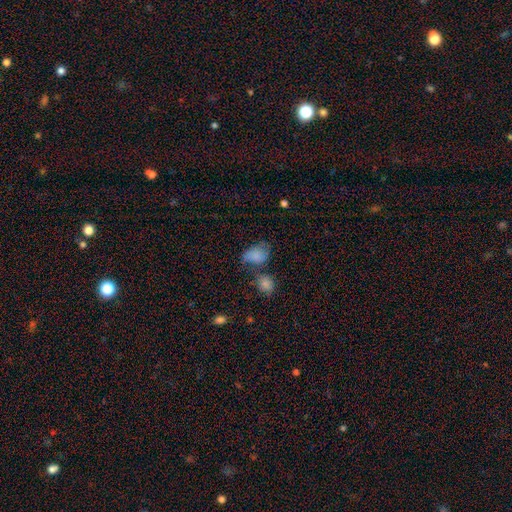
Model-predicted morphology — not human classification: smooth-or-featured: smooth: 75% | featured or disk: 16% | star or artifact: 9%
  how-rounded: in between: 78% | round: 20% | cigar-shaped: 1%
  merging: none: 38% | minor disturbance: 27% | merger: 21% | major disturbance: 14%